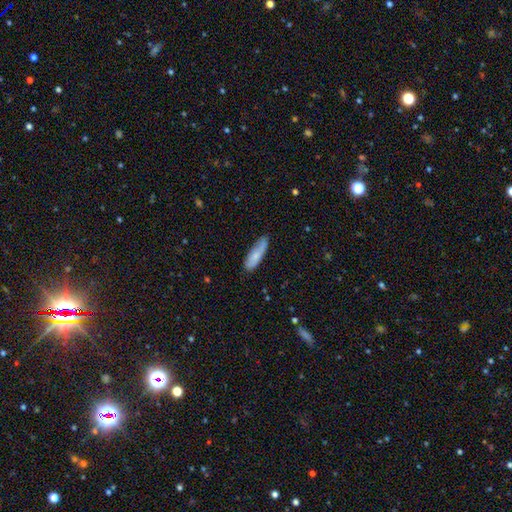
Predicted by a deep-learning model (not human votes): A smooth galaxy with no disk features (77%) that is cigar-shaped (62%). Merging: none (73%).